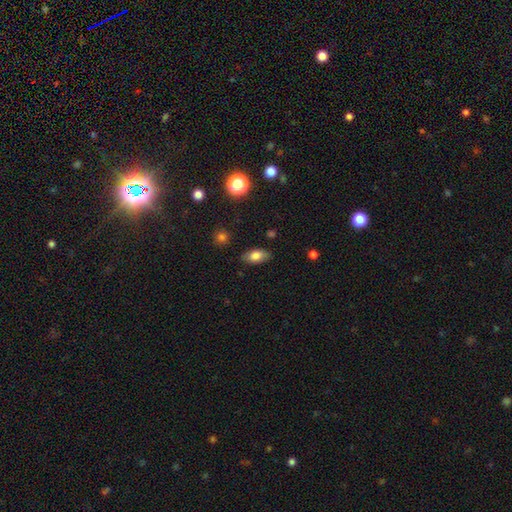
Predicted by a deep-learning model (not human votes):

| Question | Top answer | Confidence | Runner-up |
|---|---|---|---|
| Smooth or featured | smooth | 80% | featured or disk (12%) |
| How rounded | in between | 90% | cigar-shaped (5%) |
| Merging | none | 85% | minor disturbance (11%) |